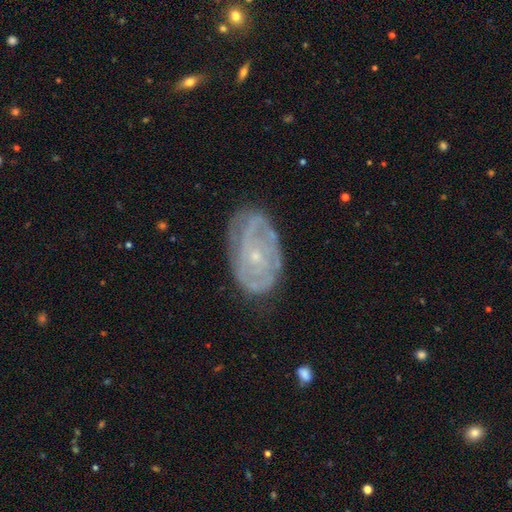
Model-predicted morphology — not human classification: smooth_or_featured: featured or disk (p=0.78) [alt: smooth p=0.15]
disk_edge_on: no (p=0.95) [alt: yes p=0.05]
bar: no (p=0.76) [alt: weak p=0.19]
has_spiral_arms: yes (p=0.84) [alt: no p=0.16]
spiral_winding: tight (p=0.64) [alt: medium p=0.27]
spiral_arm_count: can't tell (p=0.41) [alt: 2 p=0.30]
bulge_size: small (p=0.82) [alt: moderate p=0.14]
merging: none (p=0.72) [alt: minor disturbance p=0.20]